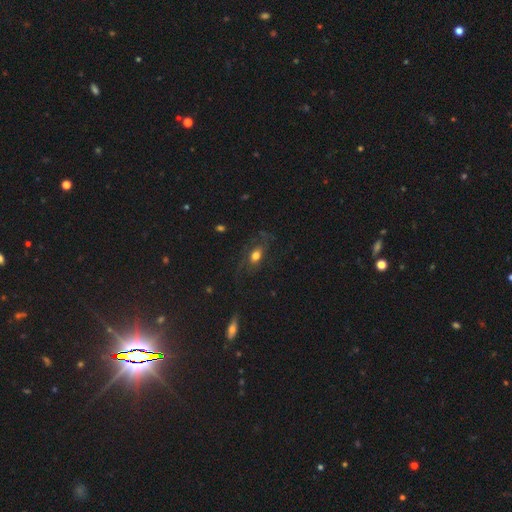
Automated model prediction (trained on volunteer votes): This is possibly a smooth galaxy (48%). Merging: likely none (60%).